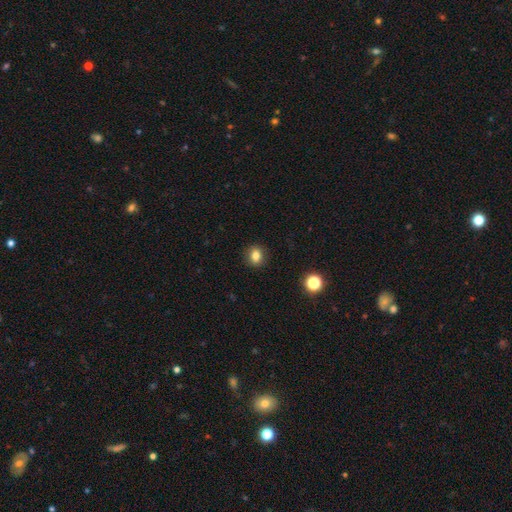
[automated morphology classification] This appears to be a smooth galaxy with no disk features (81%) that is round (62%). Merging: none (90%).